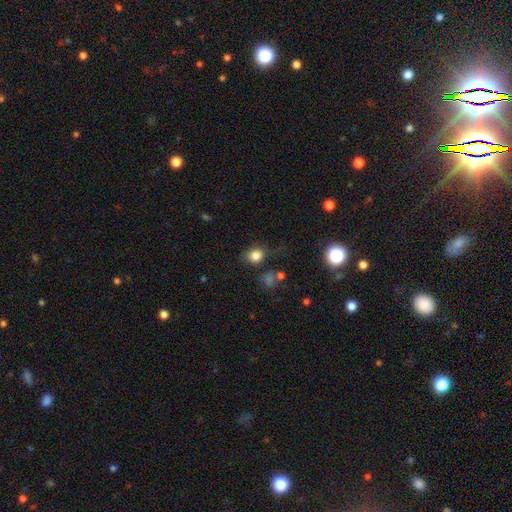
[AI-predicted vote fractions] A smooth galaxy with no disk features (81%) that is round (57%). Merging: none (70%).